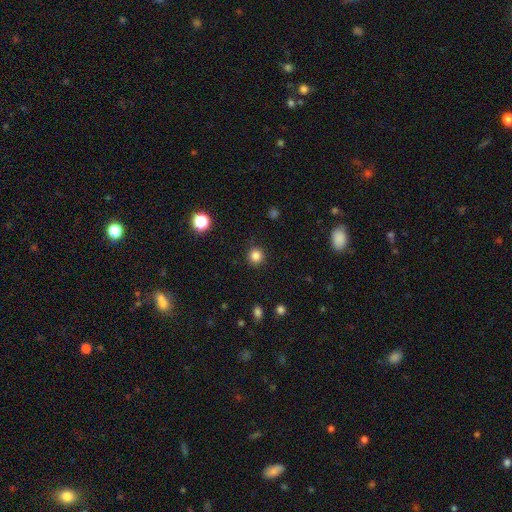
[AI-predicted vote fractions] A smooth galaxy with no disk features (83%) that is round (93%). Merging: none (90%).